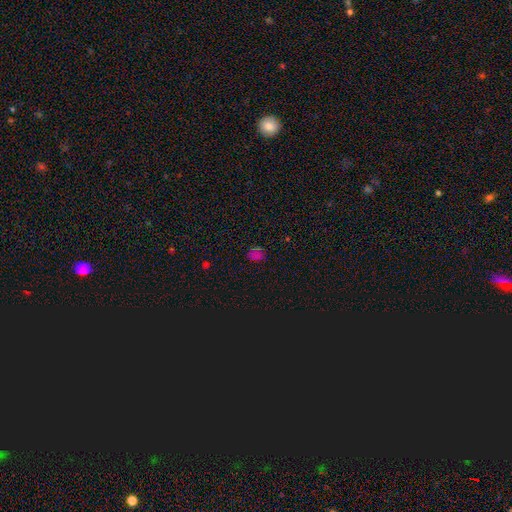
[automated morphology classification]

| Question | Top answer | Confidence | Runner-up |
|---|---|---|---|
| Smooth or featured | smooth | 52% | star or artifact (42%) |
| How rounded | round | 56% | in between (42%) |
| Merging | none | 75% | minor disturbance (16%) |